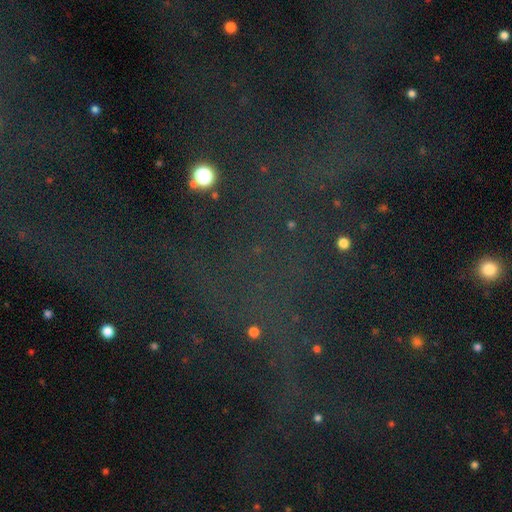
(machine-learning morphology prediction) type=star or artifact (74%).